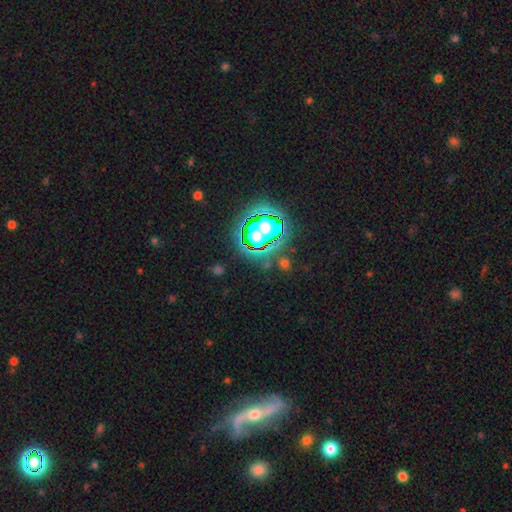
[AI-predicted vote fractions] This appears to be a star or artifact, not a galaxy (76%).